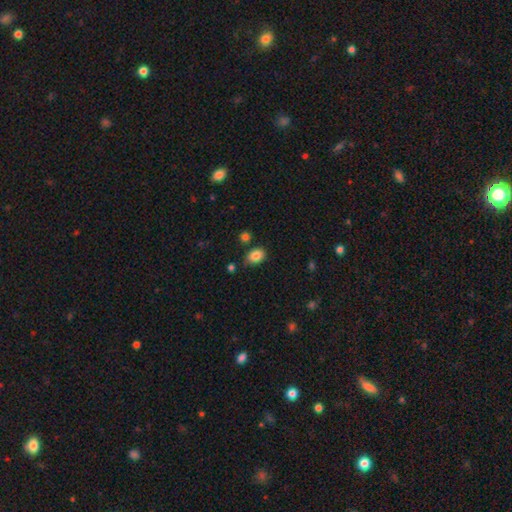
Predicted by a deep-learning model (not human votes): A smooth galaxy with no disk features (85%) that is in between round and cigar-shaped (77%). Merging: none (74%).